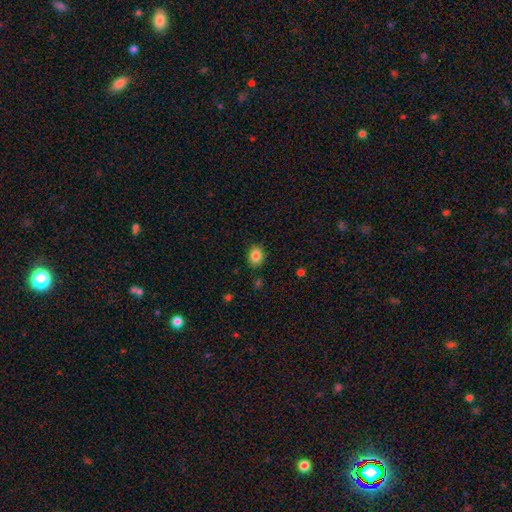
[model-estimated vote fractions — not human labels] Smooth or featured? smooth (85%)
How rounded? in between (57%)
Merging? none (86%)